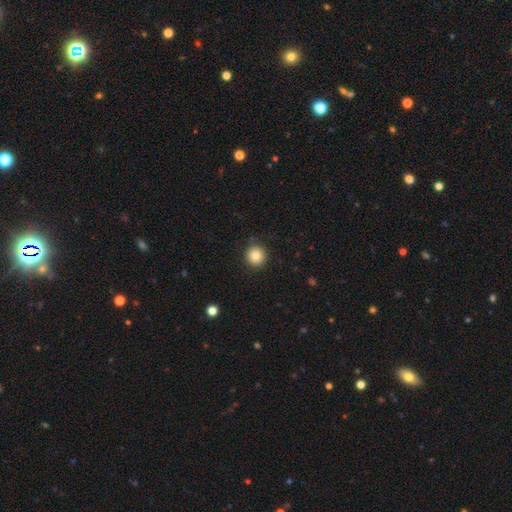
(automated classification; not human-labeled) Overall: smooth (83%). How rounded: round (94%). Merging: none (90%).